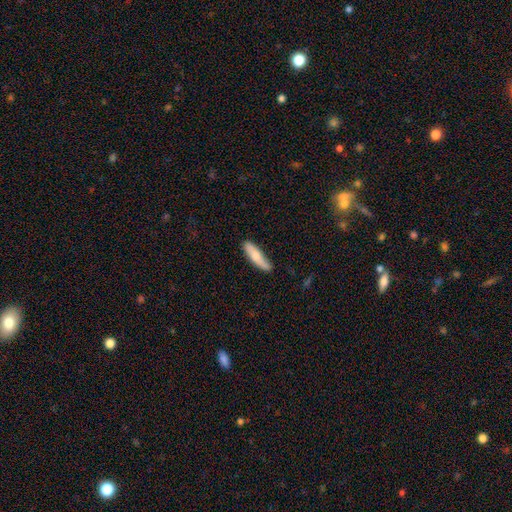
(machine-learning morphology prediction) smooth 71%, featured or disk 24%, star or artifact 5%. Down the decision tree: how rounded — cigar-shaped (69%); merging — none (75%).